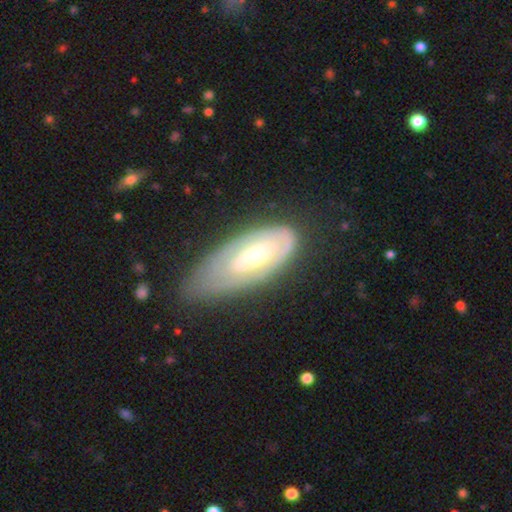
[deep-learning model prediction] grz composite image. It shows a featured or disk galaxy (63%) with no bar (63%), spiral arms (64%) and a moderate central bulge (48%). Merging: none (47%).